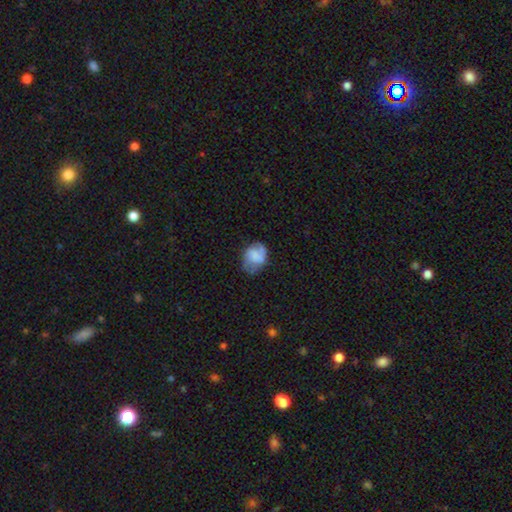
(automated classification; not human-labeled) smooth-or-featured: featured or disk: 49% | smooth: 42% | star or artifact: 9%
  merging: none: 56% | minor disturbance: 27% | major disturbance: 15% | merger: 2%